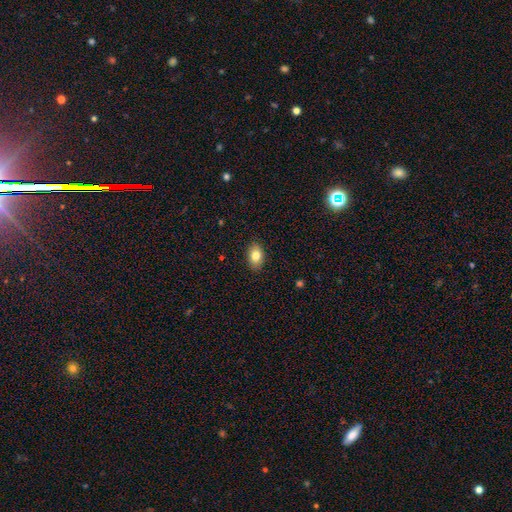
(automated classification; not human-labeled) Smooth or featured? smooth (82%)
How rounded? in between (86%)
Merging? none (88%)